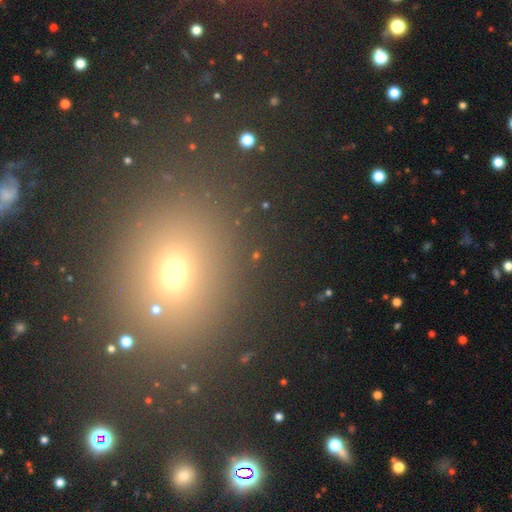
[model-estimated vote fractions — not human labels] Overall: smooth (46%; star or artifact 43%). Merging: none (83%).